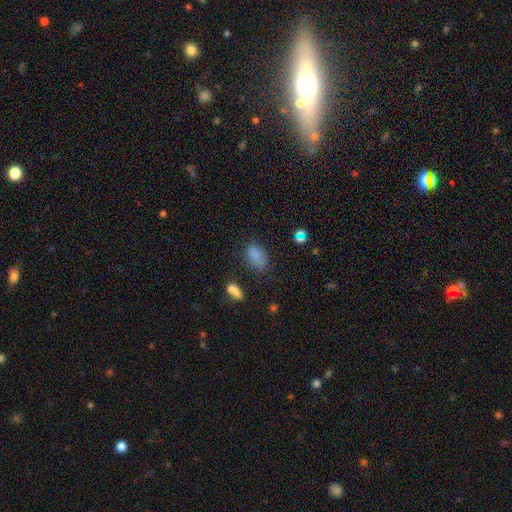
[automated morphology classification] Smooth or featured?
  - smooth: 82% *
  - star or artifact: 12%
  - featured or disk: 6%
How rounded?
  - in between: 90% *
  - round: 6%
  - cigar-shaped: 4%
Merging?
  - none: 68% *
  - minor disturbance: 21%
  - major disturbance: 7%
  - merger: 4%